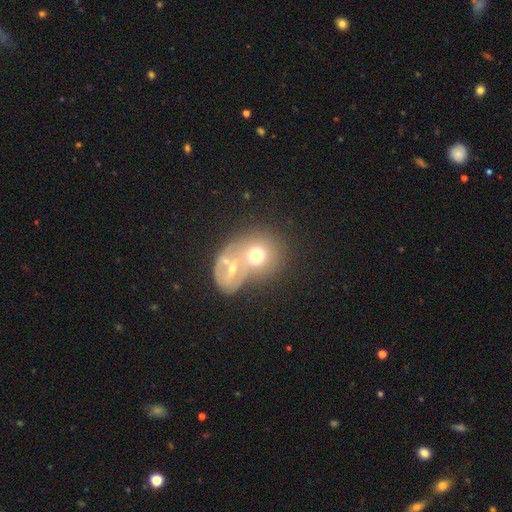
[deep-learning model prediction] Smooth or featured? Predicted: smooth (p=0.54). How rounded? Predicted: round (p=0.68). Merging? Predicted: merger (p=0.66).